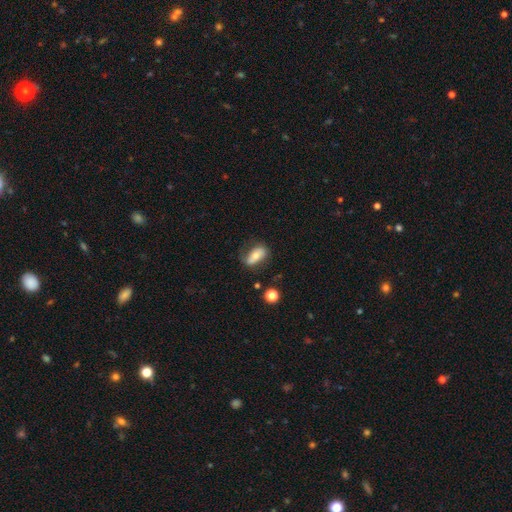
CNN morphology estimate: A smooth galaxy with no disk features (60%) that is in between round and cigar-shaped (82%).

Vote fractions:
- Smooth or featured? smooth: 60% / featured or disk: 32% / star or artifact: 8%
- How rounded? in between: 82% / cigar-shaped: 12% / round: 6%
- Merging? none: 60% / minor disturbance: 26% / major disturbance: 12% / merger: 3%